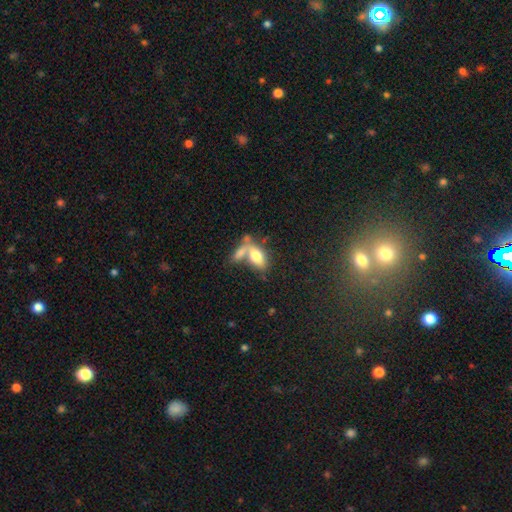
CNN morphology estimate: The model was most divided on "merging": merger: 51%, none: 29%, minor disturbance: 11%, major disturbance: 9%. More confident: how rounded — in between (85%); smooth or featured — smooth (72%).